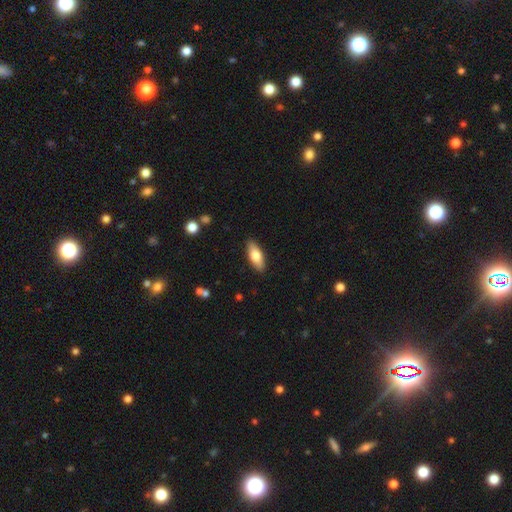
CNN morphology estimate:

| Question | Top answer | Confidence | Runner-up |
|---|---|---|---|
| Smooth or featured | smooth | 72% | featured or disk (22%) |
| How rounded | in between | 72% | cigar-shaped (25%) |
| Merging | none | 89% | minor disturbance (8%) |